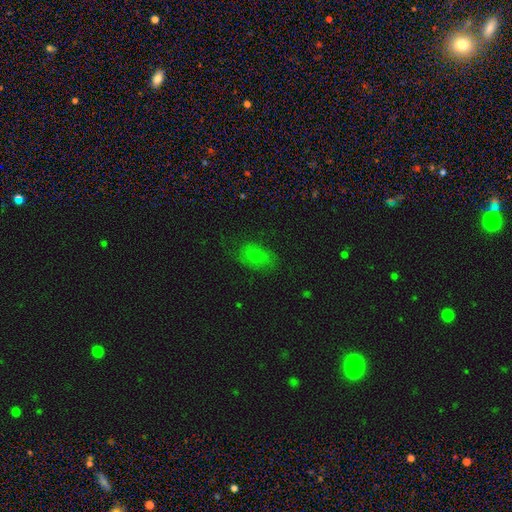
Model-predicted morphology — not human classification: Smooth or featured? Predicted: smooth (p=0.62). How rounded? Predicted: in between (p=0.78). Merging? Predicted: none (p=0.76).